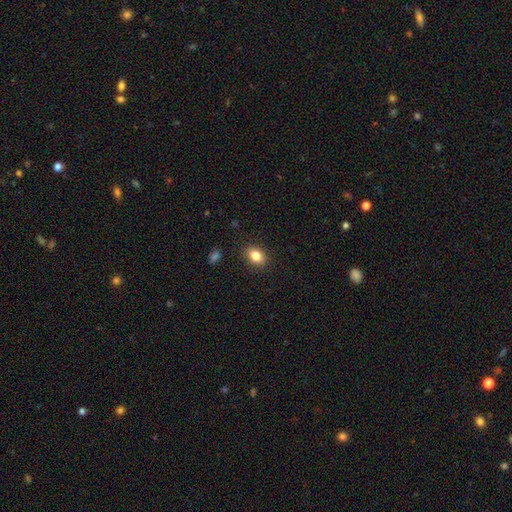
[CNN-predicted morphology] A smooth galaxy with no disk features (84%) that is in between round and cigar-shaped (75%). Merging: none (88%).